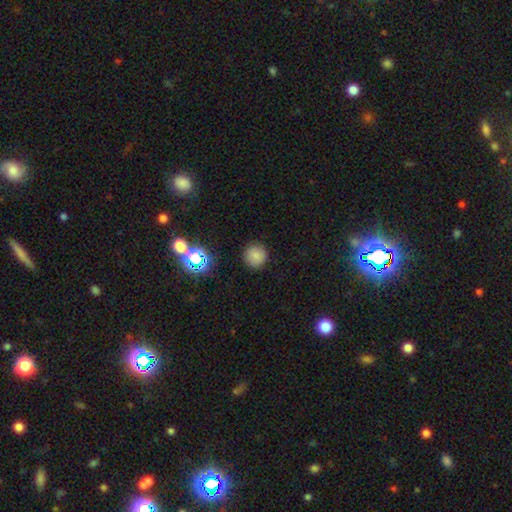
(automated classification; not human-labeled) Morphology: type=smooth (78%); roundness=round (94%); merging=none (89%).